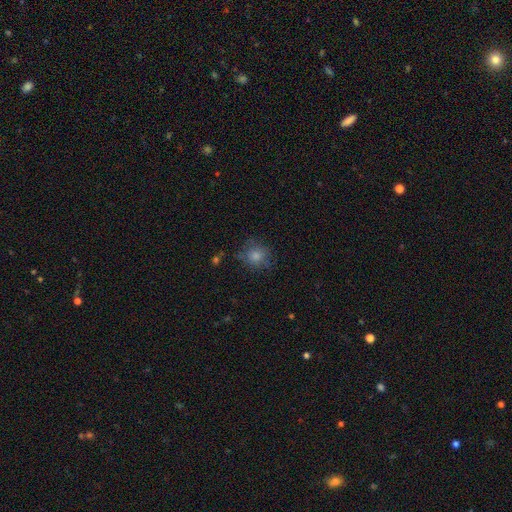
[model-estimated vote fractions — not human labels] Smooth or featured?
  - smooth: 79% *
  - star or artifact: 11%
  - featured or disk: 11%
How rounded?
  - round: 83% *
  - in between: 16%
  - cigar-shaped: 1%
Merging?
  - none: 71% *
  - minor disturbance: 20%
  - major disturbance: 8%
  - merger: 2%